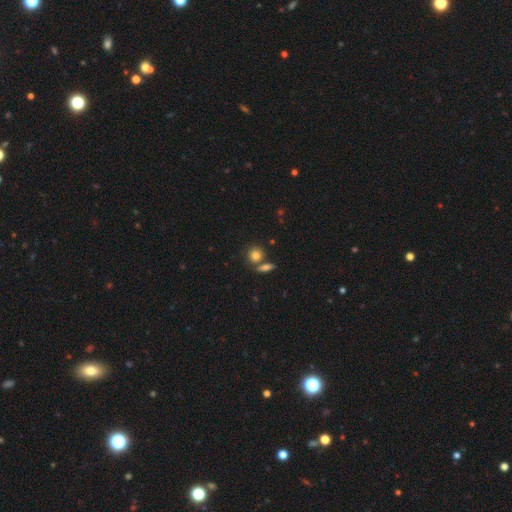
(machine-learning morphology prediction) Smooth or featured? Predicted: smooth (p=0.81). How rounded? Predicted: round (p=0.76). Merging? Predicted: none (p=0.63).